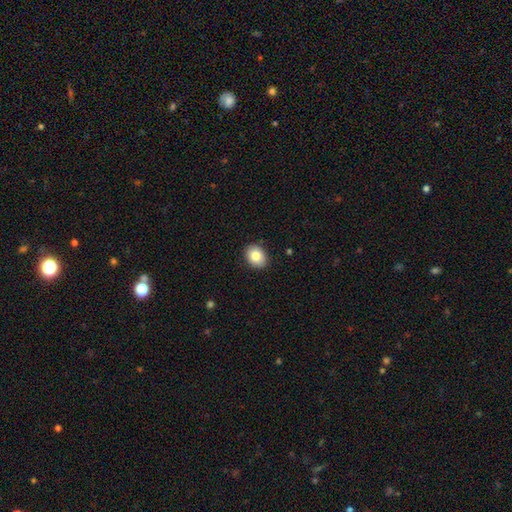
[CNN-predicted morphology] smooth_or_featured: smooth (p=0.83) [alt: featured or disk p=0.09]
how_rounded: in between (p=0.62) [alt: round p=0.37]
merging: none (p=0.89) [alt: minor disturbance p=0.08]